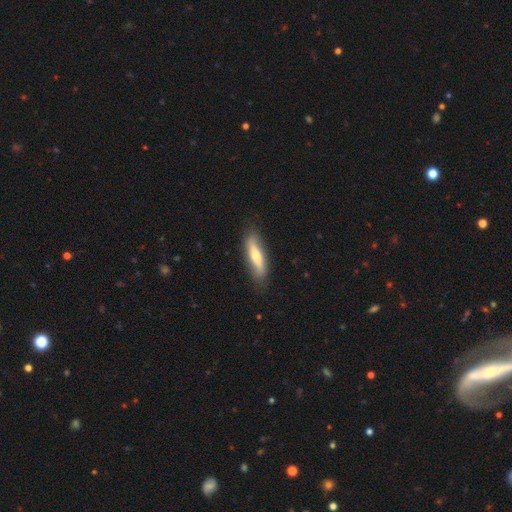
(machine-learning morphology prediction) A smooth galaxy with no disk features (51%) that is cigar-shaped (72%).

Vote fractions:
- Smooth or featured? smooth: 51% / featured or disk: 44% / star or artifact: 6%
- How rounded? cigar-shaped: 72% / in between: 26% / round: 2%
- Merging? none: 81% / minor disturbance: 15% / major disturbance: 3% / merger: 1%